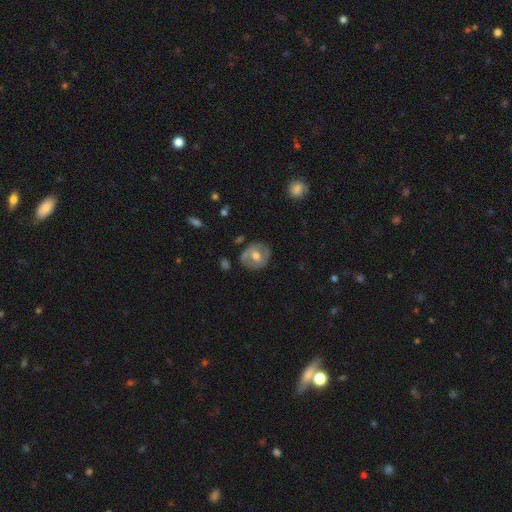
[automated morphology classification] A featured or disk galaxy (54%) with no bar (49%), no spiral arms (59%) and a moderate central bulge (74%).

Vote fractions:
- Smooth or featured? featured or disk: 54% / smooth: 39% / star or artifact: 7%
- Edge-on disk? no: 95% / yes: 5%
- Bar? no: 49% / weak: 35% / strong: 16%
- Spiral arms? no: 59% / yes: 41%
- Bulge size? moderate: 74% / small: 13% / large: 11% / none: 1% / dominant: 1%
- Merging? none: 72% / minor disturbance: 19% / major disturbance: 6% / merger: 3%